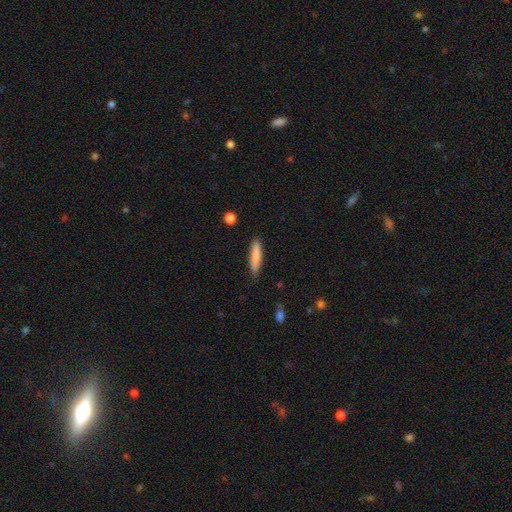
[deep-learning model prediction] Smooth or featured? smooth (83%)
How rounded? cigar-shaped (84%)
Merging? none (86%)